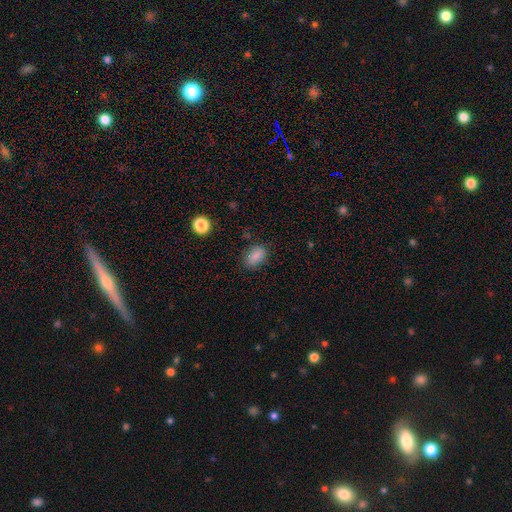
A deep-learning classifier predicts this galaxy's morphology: This appears to be a smooth galaxy with no disk features (86%) that is in between round and cigar-shaped (86%). Merging: none (81%).